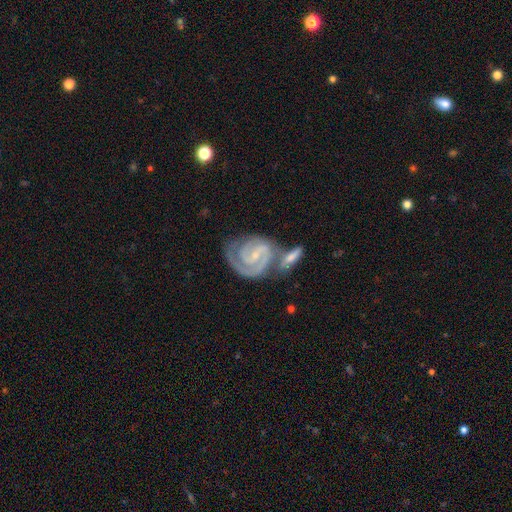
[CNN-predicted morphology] Overall: featured or disk (91%). Edge-on disk: no (97%). Bar: weak (45%; strong 28%). Spiral arms: yes (98%). Spiral arm count: 2 (81%). Spiral winding: tight (67%; medium 29%). Bulge size: small (74%). Merging: none (42%; merger 38%).